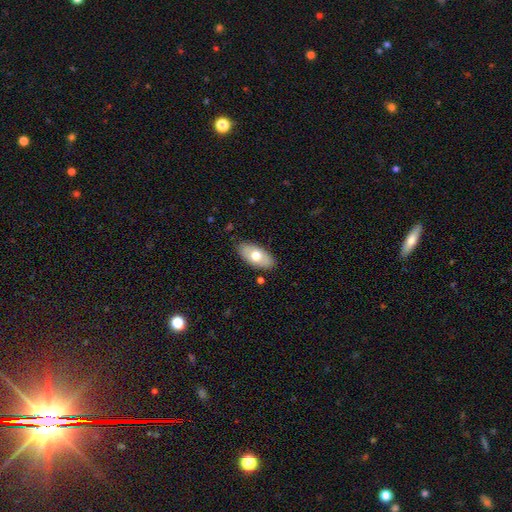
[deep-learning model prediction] This appears to be a smooth galaxy with no disk features (64%) that is in between round and cigar-shaped (92%). Merging: none (85%).